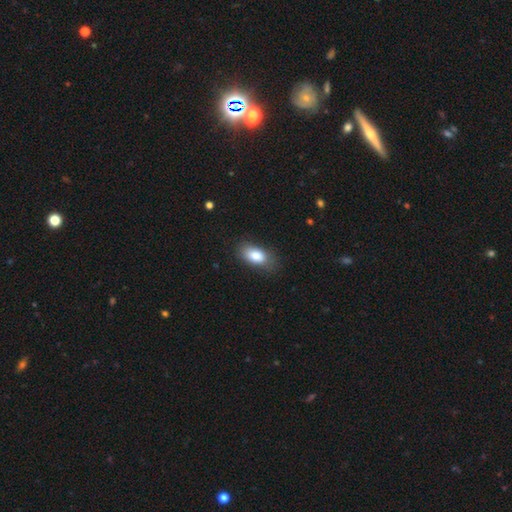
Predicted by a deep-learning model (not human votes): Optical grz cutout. It shows a smooth galaxy with no disk features (82%) that is in between round and cigar-shaped (90%). Merging: none (77%).